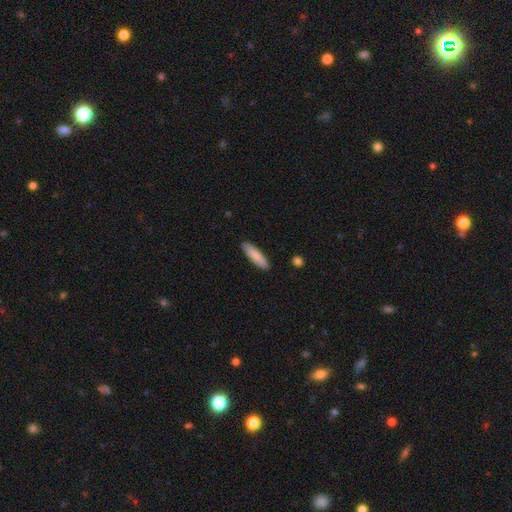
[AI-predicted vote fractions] Smooth or featured: smooth — 84% (featured or disk — 11%)
How rounded: cigar-shaped — 69% (in between — 29%)
Merging: none — 89% (minor disturbance — 8%)